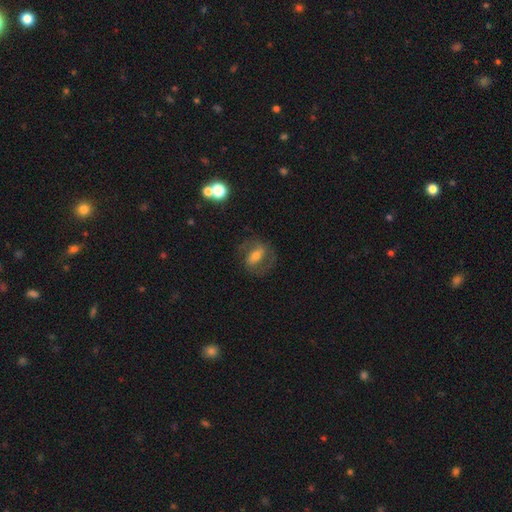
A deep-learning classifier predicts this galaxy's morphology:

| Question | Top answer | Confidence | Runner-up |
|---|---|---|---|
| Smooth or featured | featured or disk | 61% | smooth (30%) |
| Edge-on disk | no | 92% | yes (8%) |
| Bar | strong | 49% | weak (32%) |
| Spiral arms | yes | 74% | no (26%) |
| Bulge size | moderate | 55% | small (28%) |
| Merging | none | 71% | minor disturbance (15%) |